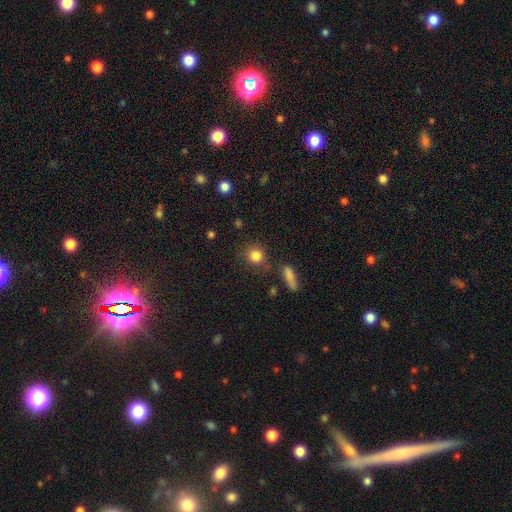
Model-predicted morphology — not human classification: A smooth galaxy with no disk features (83%) that is round (87%).

Vote fractions:
- Smooth or featured? smooth: 83% / star or artifact: 11% / featured or disk: 6%
- How rounded? round: 87% / in between: 11% / cigar-shaped: 2%
- Merging? none: 79% / minor disturbance: 11% / merger: 6% / major disturbance: 4%